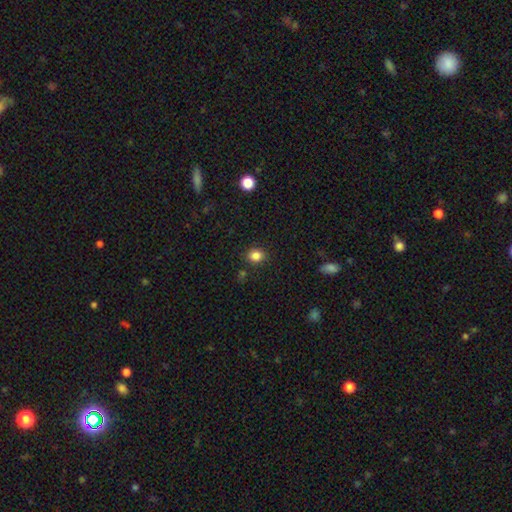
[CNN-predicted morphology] Smooth or featured?
  - smooth: 84% *
  - star or artifact: 12%
  - featured or disk: 4%
How rounded?
  - round: 66% *
  - in between: 33%
  - cigar-shaped: 1%
Merging?
  - none: 86% *
  - minor disturbance: 9%
  - major disturbance: 3%
  - merger: 2%